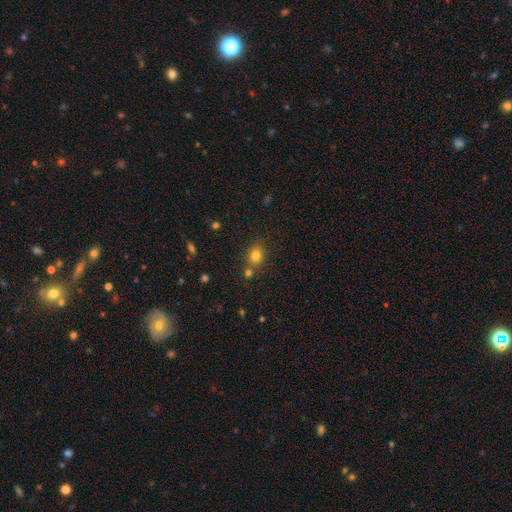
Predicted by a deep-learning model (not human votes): smooth_or_featured: smooth (p=0.80) [alt: star or artifact p=0.13]
how_rounded: round (p=0.50) [alt: in between p=0.49]
merging: none (p=0.70) [alt: merger p=0.15]